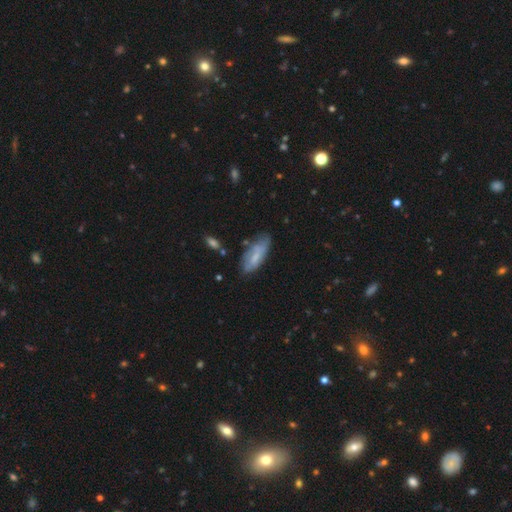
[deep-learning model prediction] This is likely a smooth galaxy (61%). How rounded: likely in between (73%). Merging: possibly none (59%).